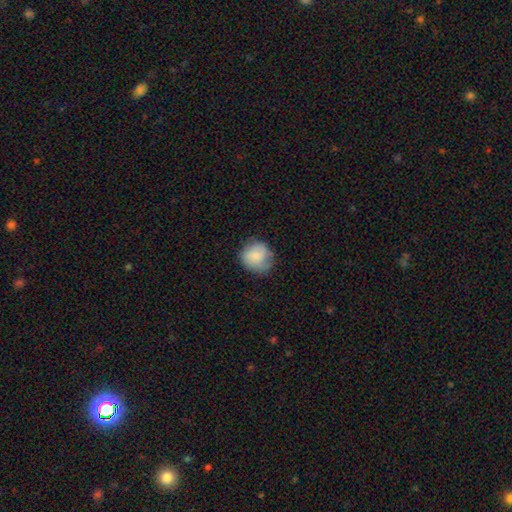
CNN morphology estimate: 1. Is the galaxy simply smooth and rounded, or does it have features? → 81% smooth, 12% featured or disk, 7% star or artifact.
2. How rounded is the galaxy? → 82% round, 17% in between, 1% cigar-shaped.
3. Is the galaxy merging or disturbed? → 64% none, 27% minor disturbance, 8% major disturbance, 1% merger.